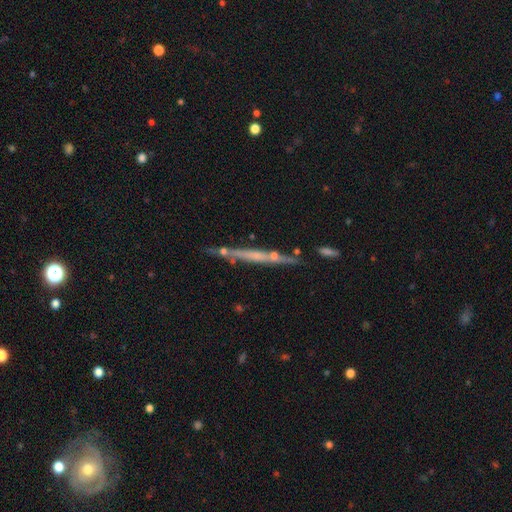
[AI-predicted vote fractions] Q: Smooth or featured?
A: featured or disk (61%); runner-up: smooth (29%)
Q: Edge-on disk?
A: yes (94%); runner-up: no (6%)
Q: Edge-on bulge?
A: none (67%); runner-up: rounded (24%)
Q: Merging?
A: none (72%); runner-up: minor disturbance (15%)